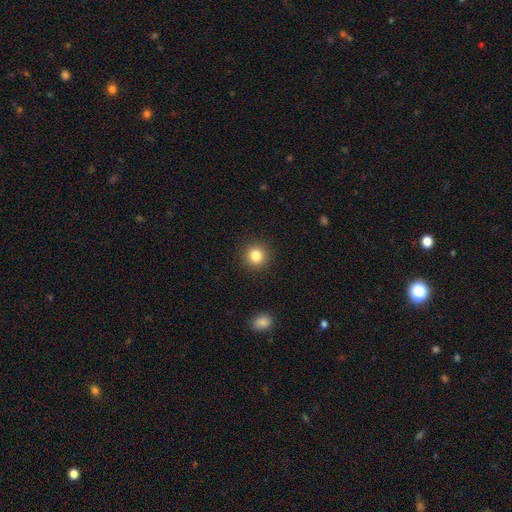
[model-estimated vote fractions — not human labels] Smooth or featured? smooth (84%)
How rounded? round (93%)
Merging? none (91%)